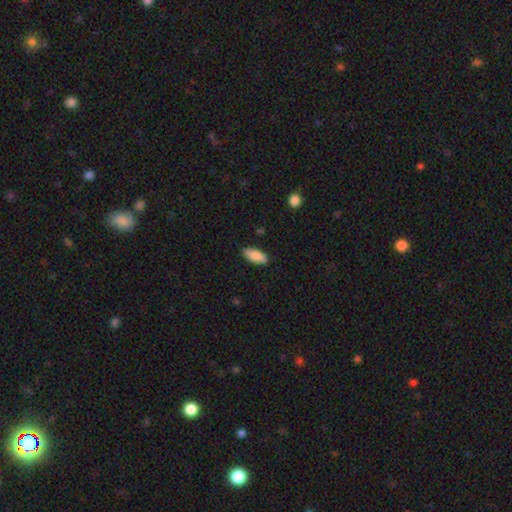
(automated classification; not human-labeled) Smooth or featured: smooth — 86% (featured or disk — 8%)
How rounded: in between — 87% (cigar-shaped — 11%)
Merging: none — 87% (minor disturbance — 10%)